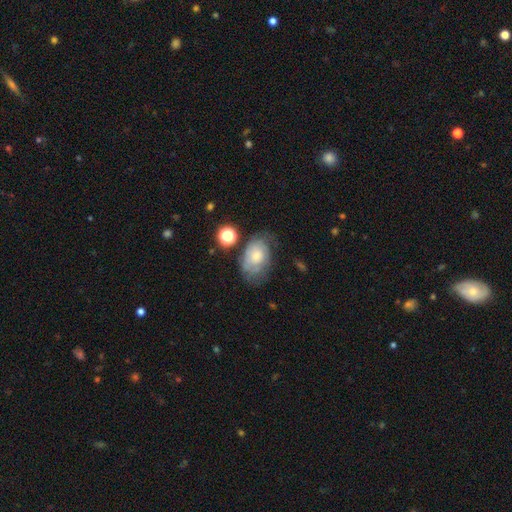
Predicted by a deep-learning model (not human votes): This is possibly a smooth galaxy (53%). How rounded: likely in between (80%). Merging: marginally none (45%).